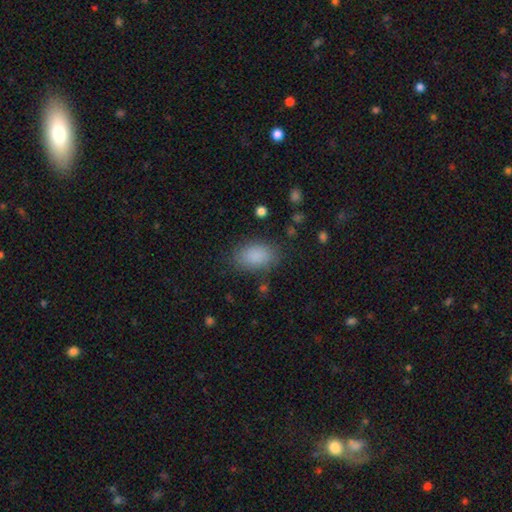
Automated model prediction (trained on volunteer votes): The model was most divided on "merging": none: 81%, minor disturbance: 13%, major disturbance: 4%, merger: 2%. More confident: how rounded — in between (89%); smooth or featured — smooth (87%).